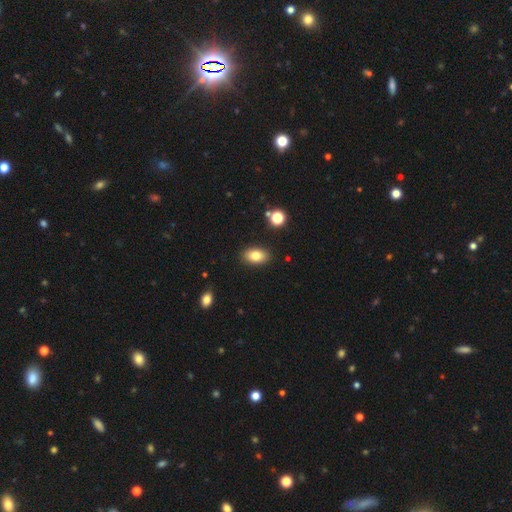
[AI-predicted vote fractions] Smooth or featured? Predicted: smooth (p=0.80). How rounded? Predicted: in between (p=0.89). Merging? Predicted: none (p=0.88).